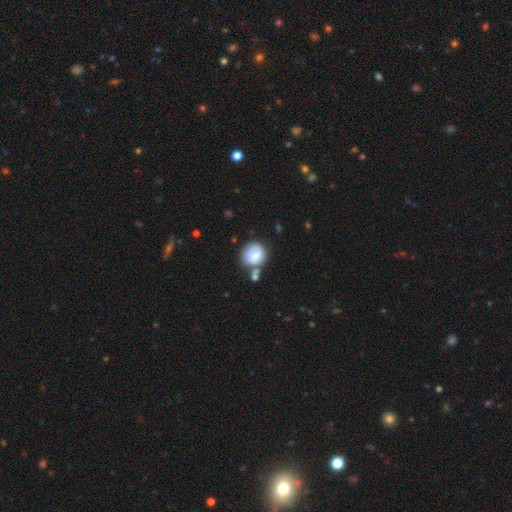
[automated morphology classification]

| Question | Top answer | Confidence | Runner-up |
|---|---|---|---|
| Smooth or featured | smooth | 70% | featured or disk (23%) |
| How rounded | round | 85% | in between (14%) |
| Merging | none | 52% | minor disturbance (21%) |